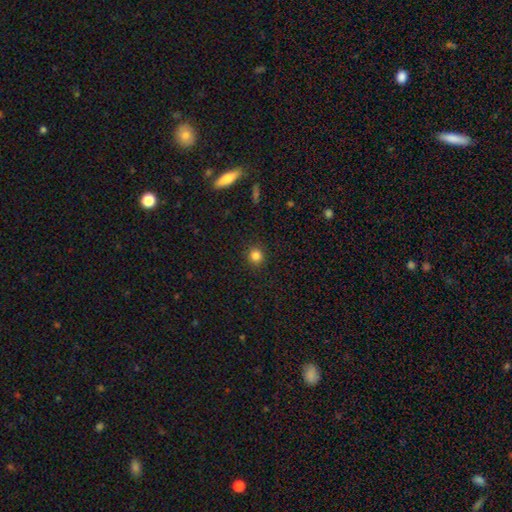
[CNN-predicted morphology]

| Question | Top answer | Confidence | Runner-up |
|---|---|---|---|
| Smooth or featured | smooth | 83% | star or artifact (12%) |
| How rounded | round | 93% | in between (6%) |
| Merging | none | 91% | minor disturbance (6%) |